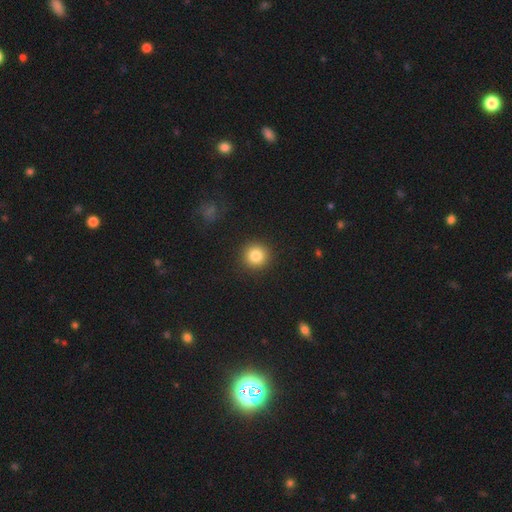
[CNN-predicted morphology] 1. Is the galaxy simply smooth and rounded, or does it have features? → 83% smooth, 11% star or artifact, 6% featured or disk.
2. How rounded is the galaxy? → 94% round, 5% in between, 1% cigar-shaped.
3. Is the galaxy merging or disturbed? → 92% none, 5% minor disturbance, 2% major disturbance, 1% merger.